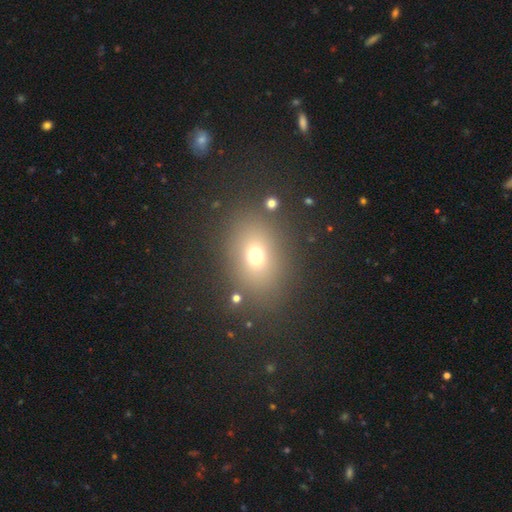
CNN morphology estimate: Smooth or featured: smooth — 69% (star or artifact — 19%)
How rounded: in between — 57% (round — 41%)
Merging: none — 82% (minor disturbance — 9%)